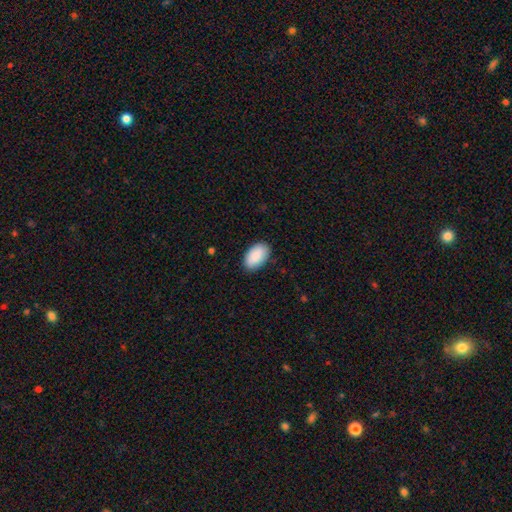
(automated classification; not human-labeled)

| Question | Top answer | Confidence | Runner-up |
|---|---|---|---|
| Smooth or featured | smooth | 91% | star or artifact (6%) |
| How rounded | in between | 95% | round (4%) |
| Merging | none | 85% | minor disturbance (12%) |